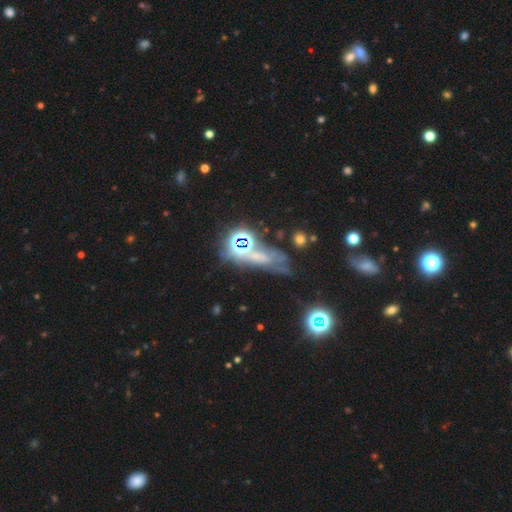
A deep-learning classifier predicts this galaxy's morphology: The model was most divided on "smooth or featured": star or artifact: 48%, smooth: 26%, featured or disk: 25%.